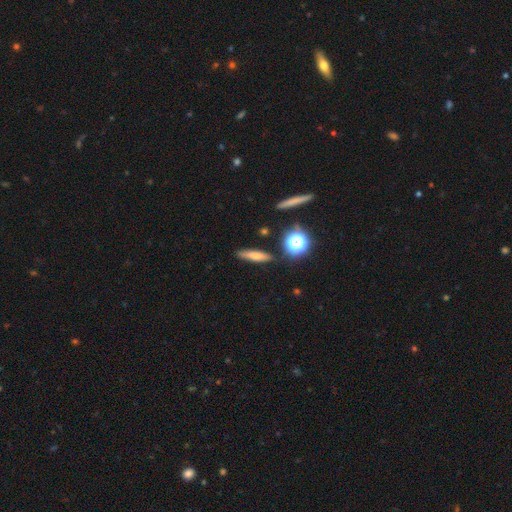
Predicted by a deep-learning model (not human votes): A smooth galaxy with no disk features (68%) that is cigar-shaped (74%). Merging: none (84%).